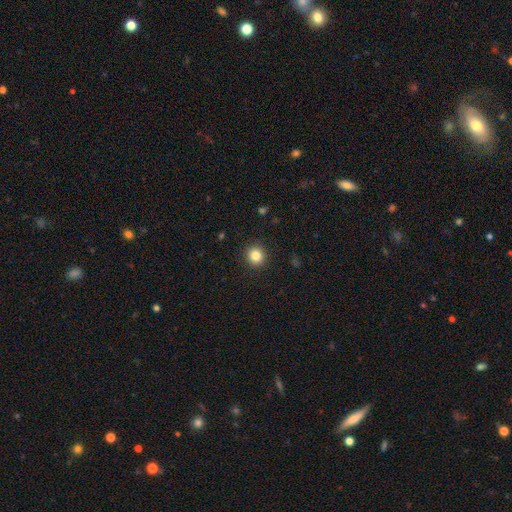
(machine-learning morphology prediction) smooth-or-featured: smooth: 84% | star or artifact: 11% | featured or disk: 5%
  how-rounded: round: 91% | in between: 8% | cigar-shaped: 1%
  merging: none: 92% | minor disturbance: 5% | major disturbance: 2% | merger: 1%